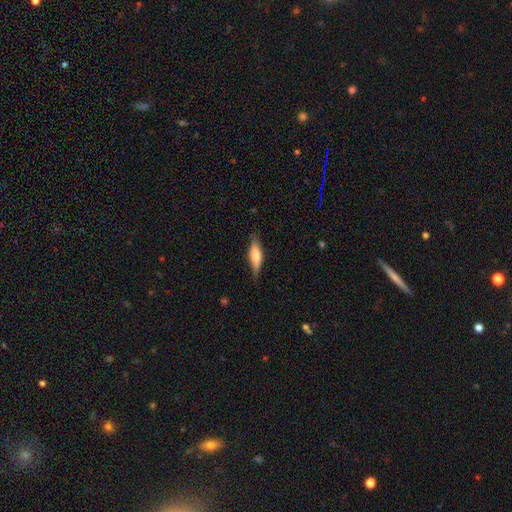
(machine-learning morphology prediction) This appears to be a smooth galaxy with no disk features (56%) that is cigar-shaped (55%). Merging: none (80%).